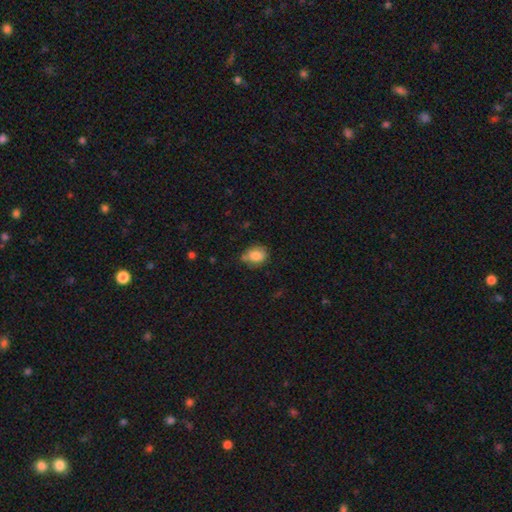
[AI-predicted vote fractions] This appears to be a smooth galaxy with no disk features (82%) that is in between round and cigar-shaped (50%). Merging: none (64%).